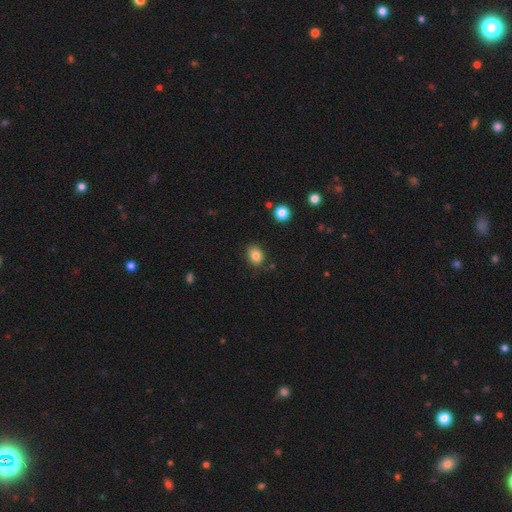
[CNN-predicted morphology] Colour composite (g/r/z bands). It shows a smooth galaxy with no disk features (84%) that is in between round and cigar-shaped (60%). Merging: none (81%).